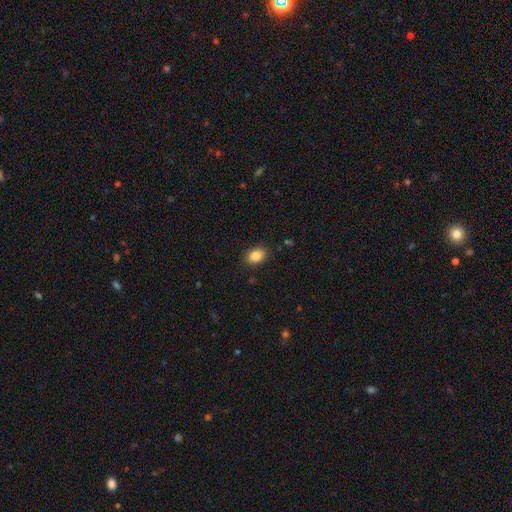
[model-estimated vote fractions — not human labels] A smooth galaxy with no disk features (87%) that is in between round and cigar-shaped (83%). Merging: none (87%).